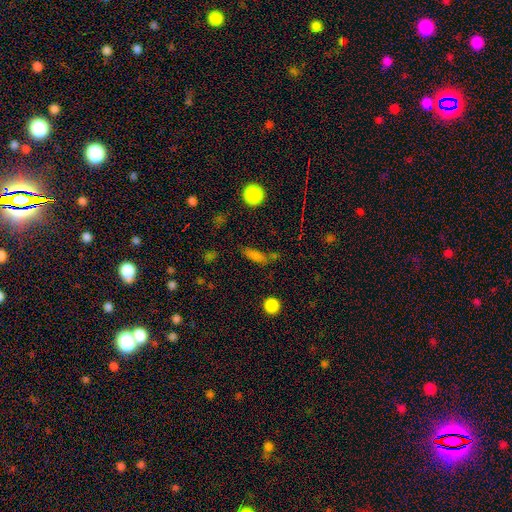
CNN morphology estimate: This appears to be a smooth galaxy with no disk features (75%) that is in between round and cigar-shaped (47%). Merging: none (66%).